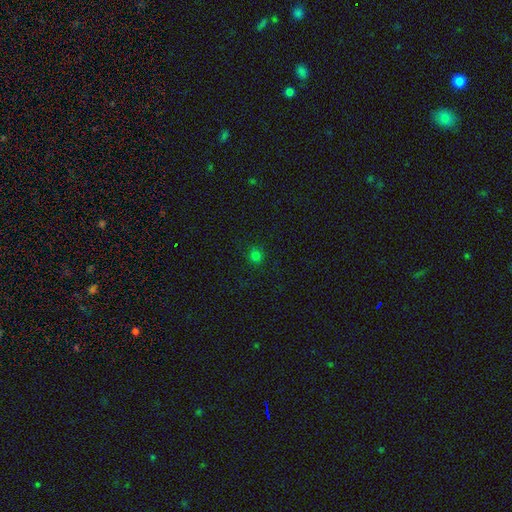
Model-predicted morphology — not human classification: This appears to be a smooth galaxy with no disk features (77%) that is round (88%). Merging: none (87%).